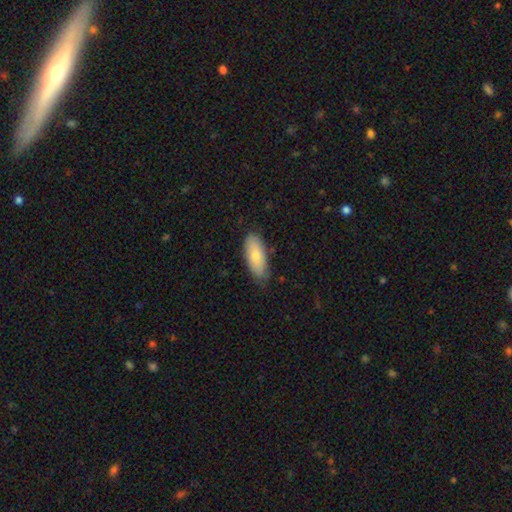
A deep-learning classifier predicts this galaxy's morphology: Smooth or featured: smooth — 78% (featured or disk — 17%)
How rounded: in between — 82% (cigar-shaped — 16%)
Merging: none — 77% (minor disturbance — 19%)